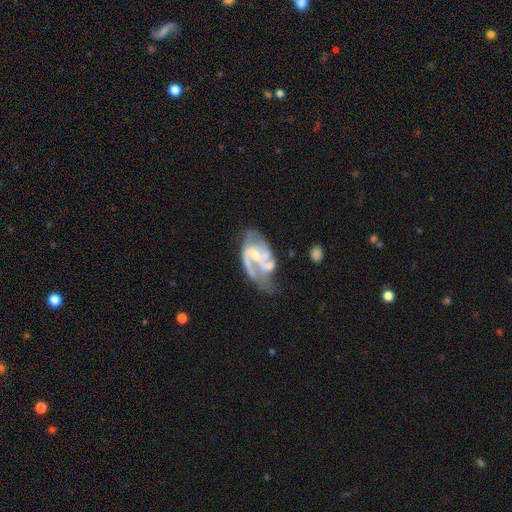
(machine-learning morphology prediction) smooth-or-featured: featured or disk: 83% | smooth: 12% | star or artifact: 6%
  disk-edge-on: no: 97% | yes: 3%
    bar: weak: 46% | no: 35% | strong: 19%
    has-spiral-arms: yes: 87% | no: 13%
      spiral-winding: medium: 47% | loose: 33% | tight: 19%
      spiral-arm-count: 2: 61% | can't tell: 13% | 1: 12% | 3: 10% | 4: 2% | more than 4: 2%
    bulge-size: small: 41% | moderate: 37% | none: 17% | large: 4% | dominant: 1%
  merging: major disturbance: 32% | none: 28% | minor disturbance: 21% | merger: 18%